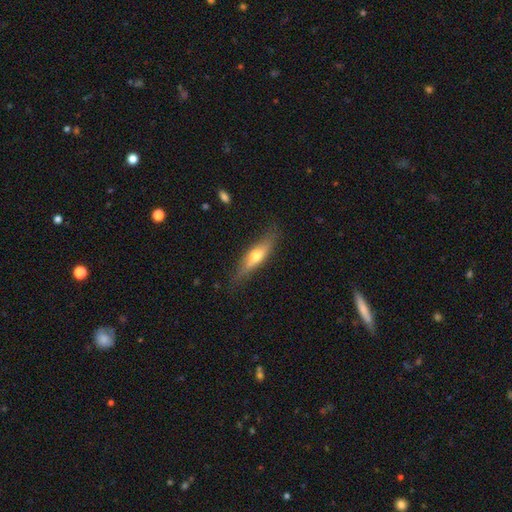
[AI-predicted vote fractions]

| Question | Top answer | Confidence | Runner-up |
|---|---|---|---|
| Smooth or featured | smooth | 49% | featured or disk (45%) |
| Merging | none | 75% | minor disturbance (19%) |